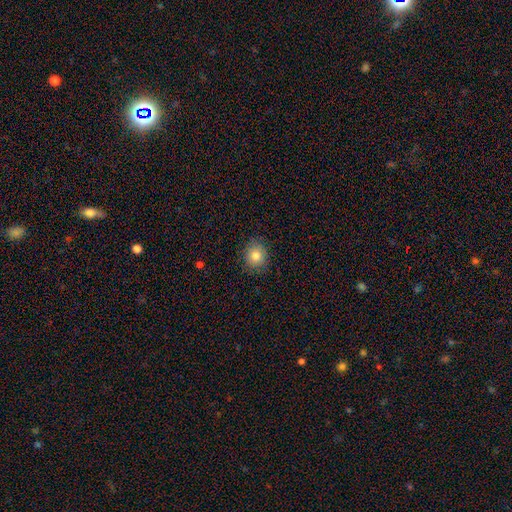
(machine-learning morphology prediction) The model was most divided on "how rounded": round: 80%, in between: 20%, cigar-shaped: 1%. More confident: merging — none (86%); smooth or featured — smooth (81%).